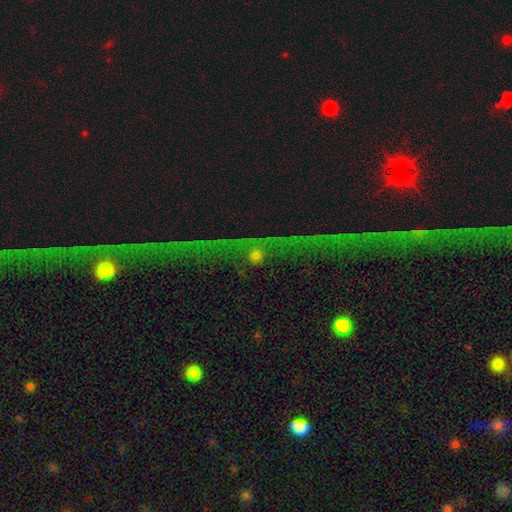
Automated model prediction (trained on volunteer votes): Smooth or featured? Predicted: star or artifact (p=0.43).